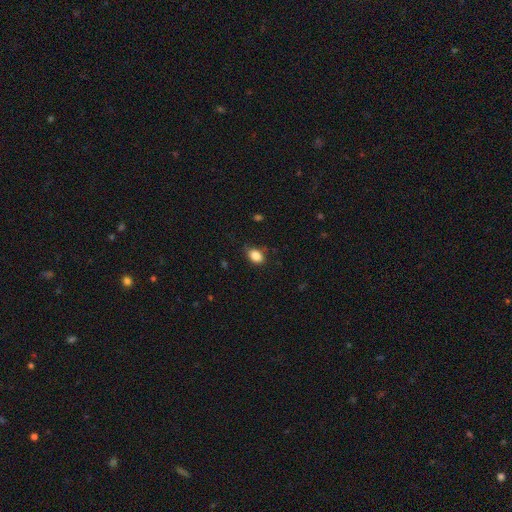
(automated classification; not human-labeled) Smooth or featured: smooth — 86% (star or artifact — 9%)
How rounded: in between — 71% (round — 28%)
Merging: none — 75% (minor disturbance — 20%)